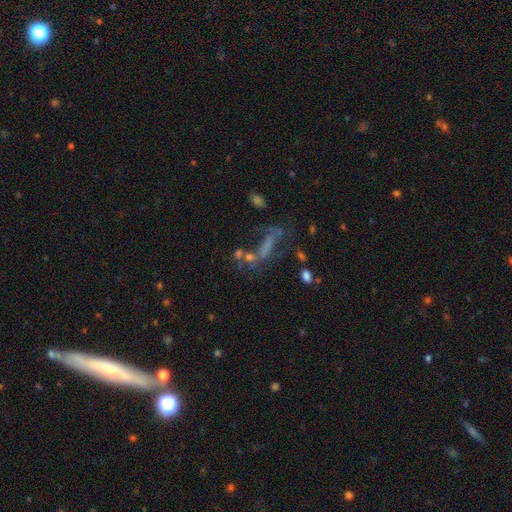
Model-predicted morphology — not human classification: smooth-or-featured: featured or disk: 40% | star or artifact: 31% | smooth: 29%
  merging: none: 37% | major disturbance: 28% | merger: 19% | minor disturbance: 16%